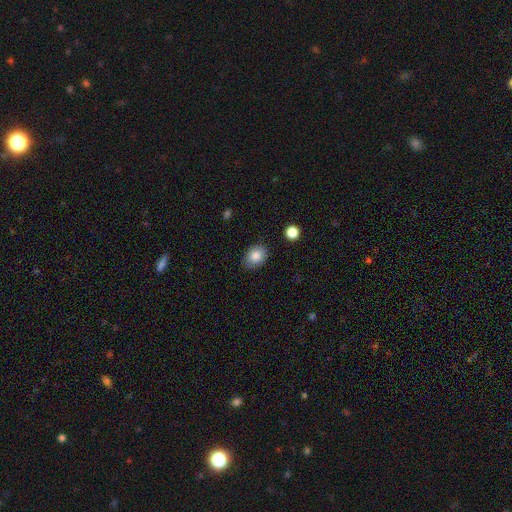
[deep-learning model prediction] The model was most divided on "how rounded": in between: 61%, round: 38%, cigar-shaped: 1%. More confident: smooth or featured — smooth (84%); merging — none (83%).